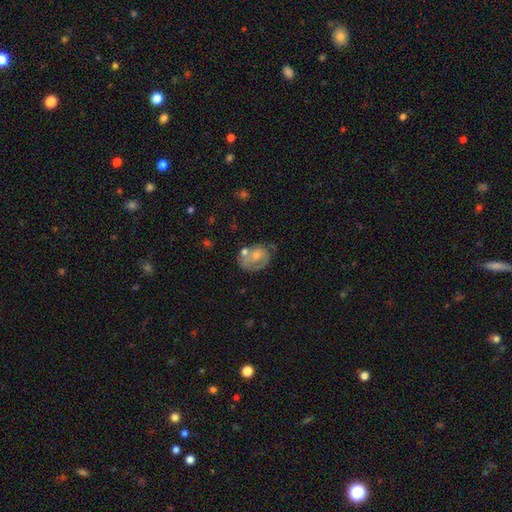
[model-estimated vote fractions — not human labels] A featured or disk galaxy (49%). Merging: none (43%).